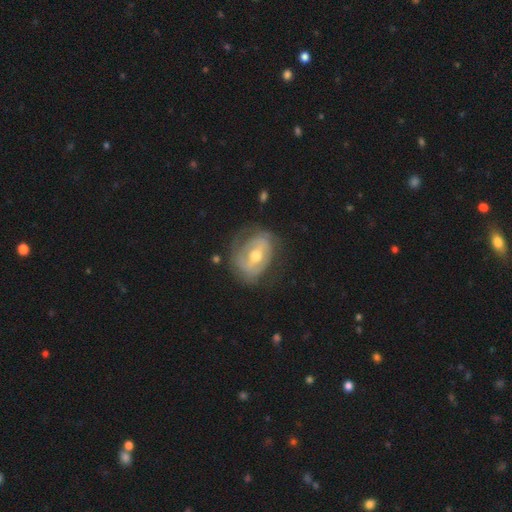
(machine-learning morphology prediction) Overall: featured or disk (73%). Edge-on disk: no (95%). Bar: weak (42%; no 30%). Spiral arms: yes (63%; no 37%). Bulge size: moderate (75%). Merging: none (63%).